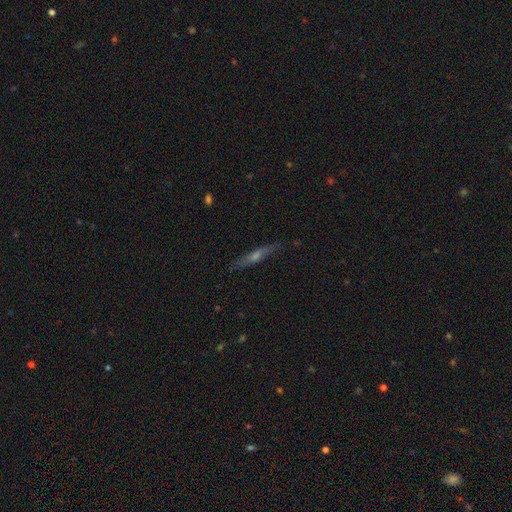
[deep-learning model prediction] This is likely a featured or disk galaxy (68%). It is clearly viewed edge-on (96%). Edge-on bulge: clearly rounded (80%). Merging: clearly none (88%).